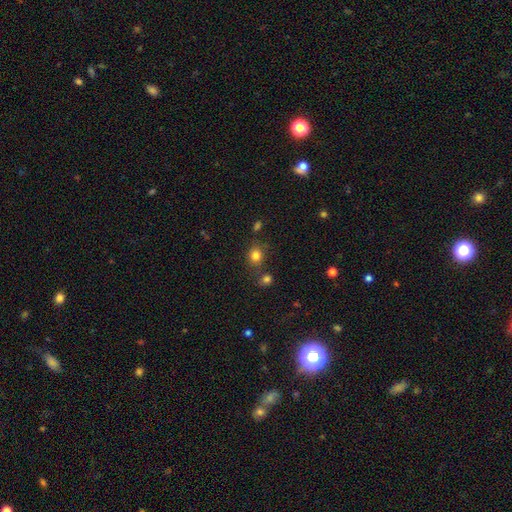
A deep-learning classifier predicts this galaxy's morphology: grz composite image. It shows a smooth galaxy with no disk features (81%) that is round (71%). Merging: none (70%).